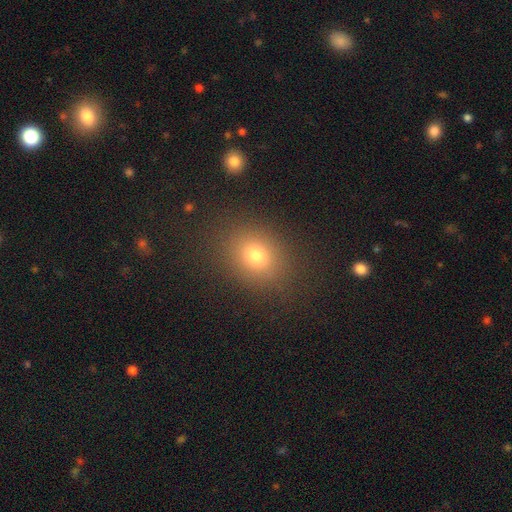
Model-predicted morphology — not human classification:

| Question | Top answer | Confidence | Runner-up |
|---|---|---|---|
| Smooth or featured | smooth | 75% | star or artifact (16%) |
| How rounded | round | 52% | in between (47%) |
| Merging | none | 84% | minor disturbance (10%) |